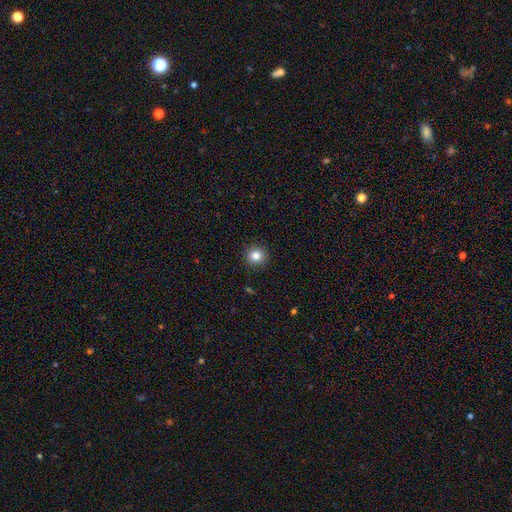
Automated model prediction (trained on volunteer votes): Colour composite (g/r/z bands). It shows a smooth galaxy with no disk features (83%) that is round (93%). Merging: none (91%).